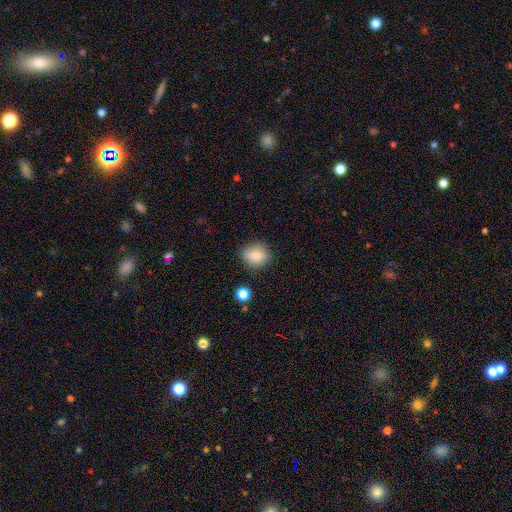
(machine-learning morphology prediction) This appears to be a smooth galaxy with no disk features (79%) that is round (66%). Merging: none (74%).